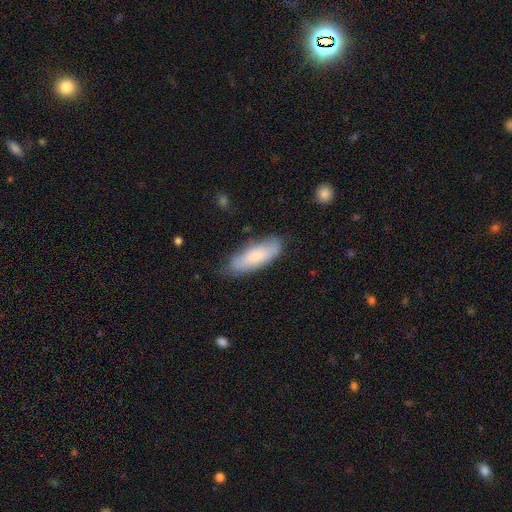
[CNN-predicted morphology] type=smooth (72%); roundness=in between (62%); merging=none (72%).